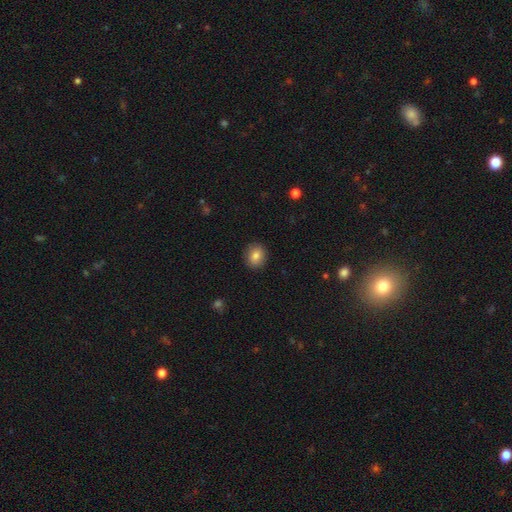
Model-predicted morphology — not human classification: This is clearly a smooth galaxy (81%). How rounded: likely round (70%). Merging: clearly none (89%).